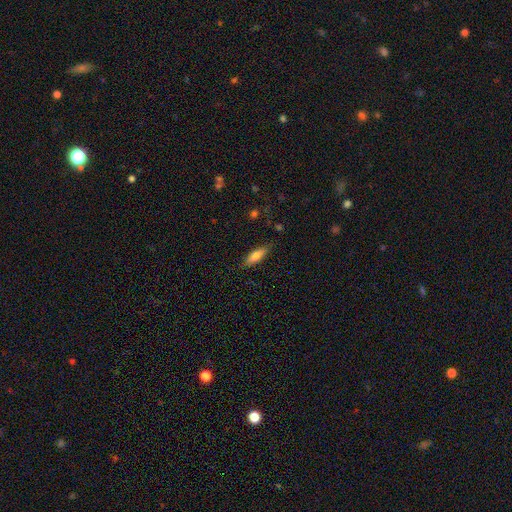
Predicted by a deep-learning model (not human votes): Smooth or featured?
  - smooth: 77% *
  - featured or disk: 17%
  - star or artifact: 7%
How rounded?
  - in between: 52% *
  - cigar-shaped: 46%
  - round: 2%
Merging?
  - none: 82% *
  - minor disturbance: 14%
  - major disturbance: 3%
  - merger: 1%